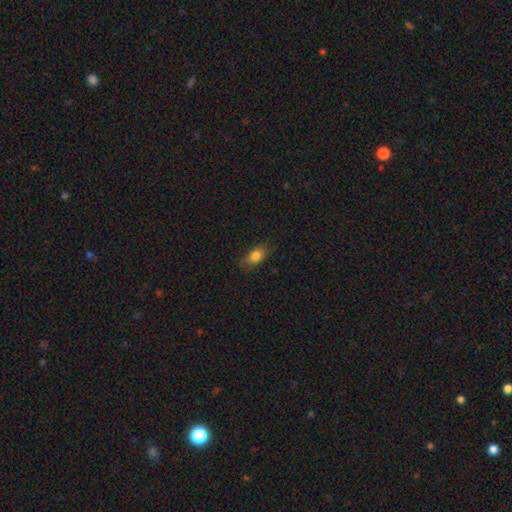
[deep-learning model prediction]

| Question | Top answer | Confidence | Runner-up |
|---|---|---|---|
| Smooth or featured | smooth | 81% | featured or disk (9%) |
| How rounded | in between | 81% | round (12%) |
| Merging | none | 78% | minor disturbance (17%) |